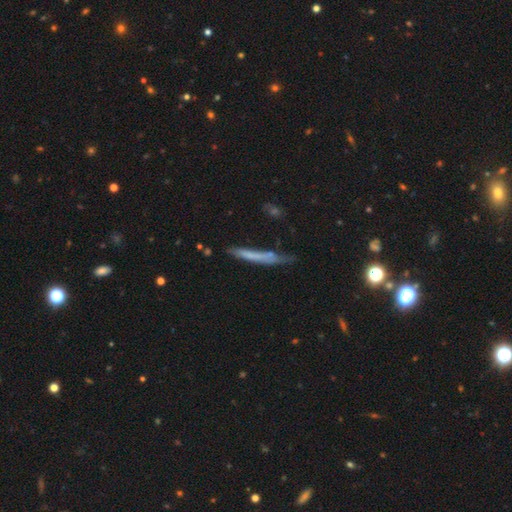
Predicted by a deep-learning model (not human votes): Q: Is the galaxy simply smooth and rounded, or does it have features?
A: smooth — 53%.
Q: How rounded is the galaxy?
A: cigar-shaped — 95%.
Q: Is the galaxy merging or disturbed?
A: none — 61%.